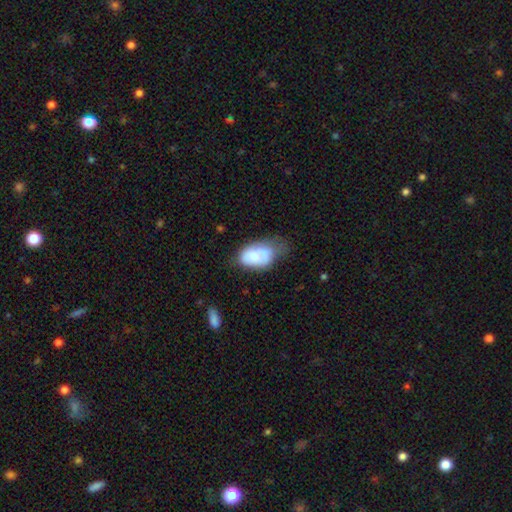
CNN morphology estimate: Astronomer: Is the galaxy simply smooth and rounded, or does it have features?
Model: smooth — 66%.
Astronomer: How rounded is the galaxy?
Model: in between — 91%.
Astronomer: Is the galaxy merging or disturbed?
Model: minor disturbance — 36% (runner-up: none, 29%).